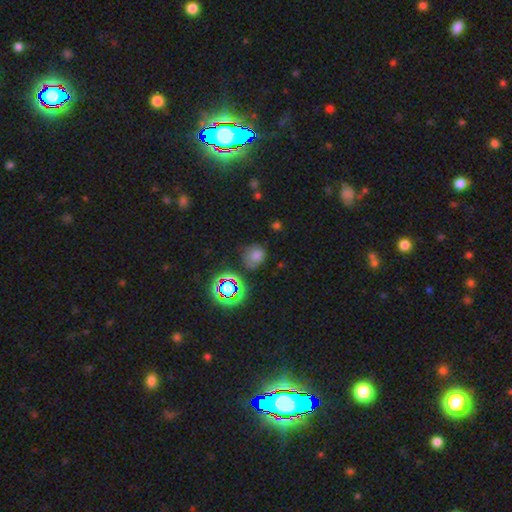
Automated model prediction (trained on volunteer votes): Smooth or featured? Predicted: smooth (p=0.57). How rounded? Predicted: round (p=0.79). Merging? Predicted: none (p=0.71).